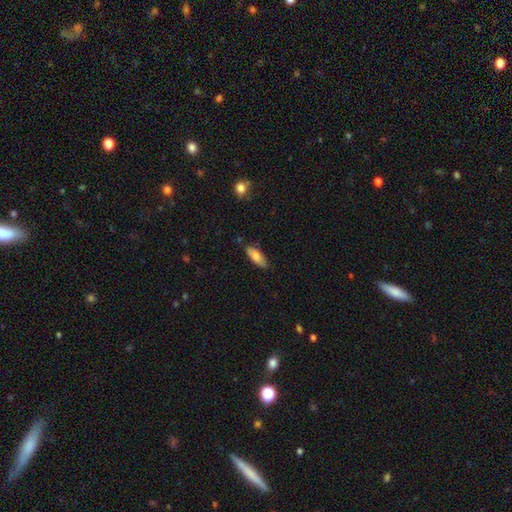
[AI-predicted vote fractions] Smooth or featured?
  - smooth: 75% *
  - featured or disk: 18%
  - star or artifact: 7%
How rounded?
  - in between: 69% *
  - cigar-shaped: 29%
  - round: 2%
Merging?
  - none: 79% *
  - minor disturbance: 17%
  - major disturbance: 3%
  - merger: 2%